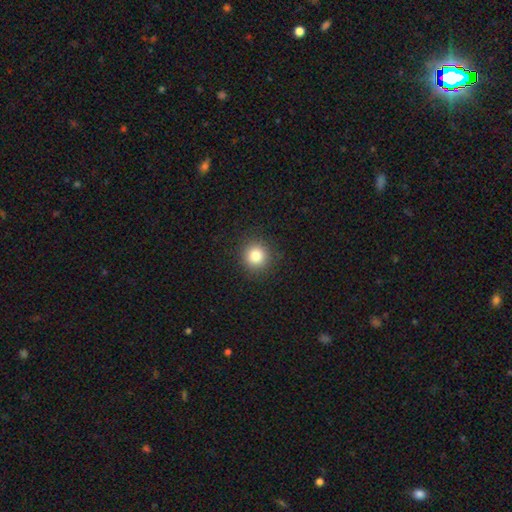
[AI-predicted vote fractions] The model was most divided on "smooth or featured": smooth: 82%, star or artifact: 12%, featured or disk: 6%. More confident: how rounded — round (93%); merging — none (91%).